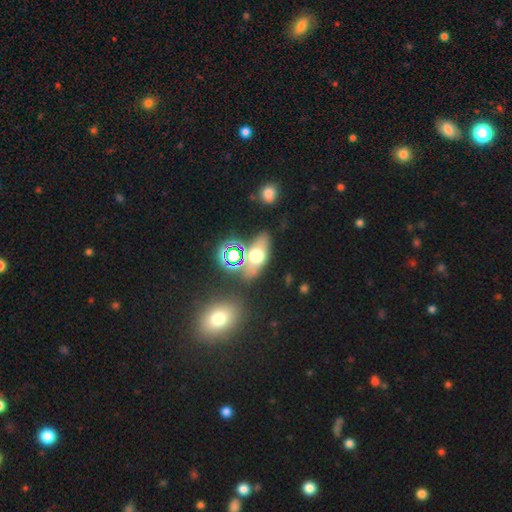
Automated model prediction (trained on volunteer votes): This is possibly a smooth galaxy (49%). Merging: likely none (71%).